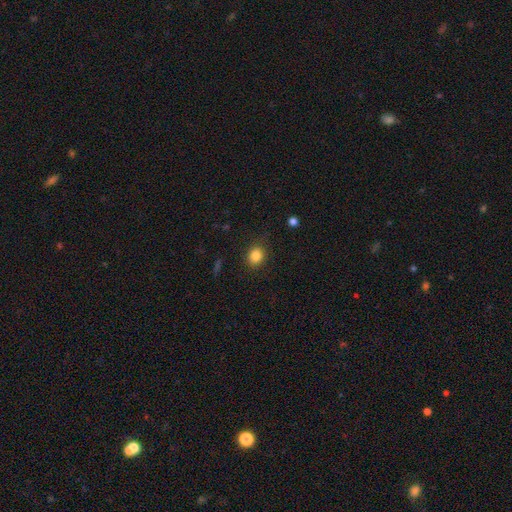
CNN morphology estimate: The model was most divided on "how rounded": round: 56%, in between: 43%, cigar-shaped: 1%. More confident: smooth or featured — smooth (84%); merging — none (84%).